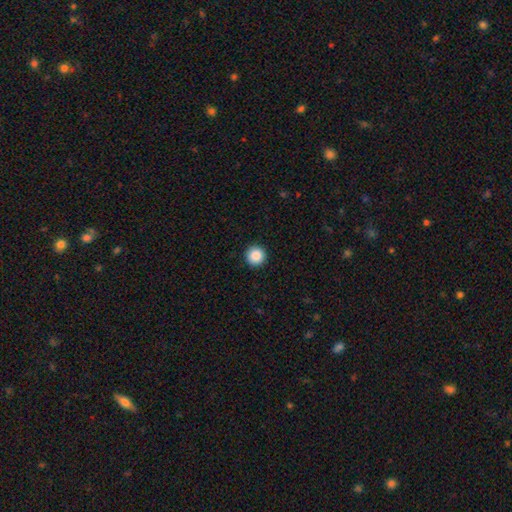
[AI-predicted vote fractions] A smooth galaxy with no disk features (88%) that is round (97%). Merging: none (93%).